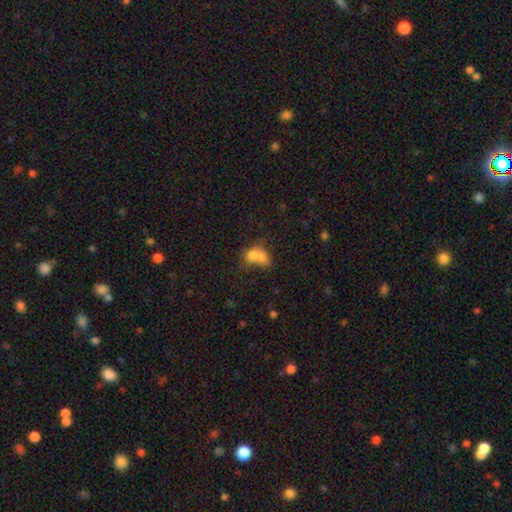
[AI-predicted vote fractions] This is likely a smooth galaxy (70%). How rounded: possibly in between (51%). Merging: likely merger (71%).